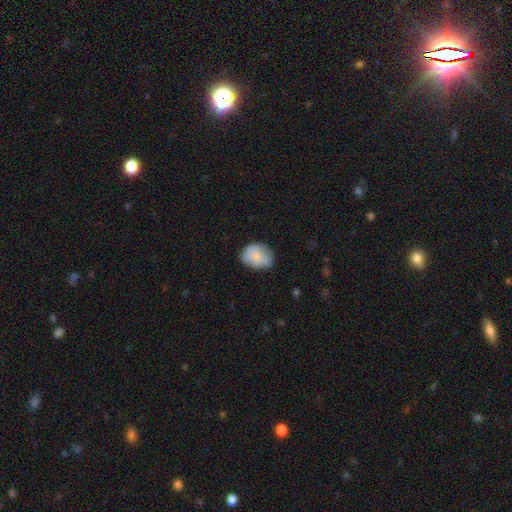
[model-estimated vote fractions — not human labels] A smooth galaxy with no disk features (79%) that is in between round and cigar-shaped (56%). Merging: none (59%).